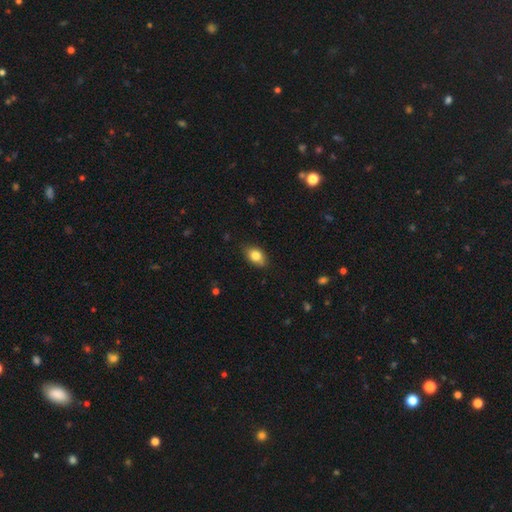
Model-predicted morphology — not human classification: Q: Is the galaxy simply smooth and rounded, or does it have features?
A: smooth — 81%.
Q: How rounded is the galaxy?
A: in between — 84%.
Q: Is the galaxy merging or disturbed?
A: none — 80%.